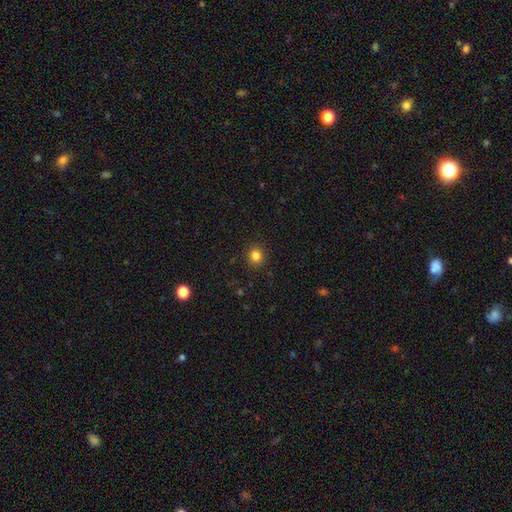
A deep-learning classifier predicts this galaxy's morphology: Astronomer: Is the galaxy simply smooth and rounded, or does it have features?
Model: smooth — 84%.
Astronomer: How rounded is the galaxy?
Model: round — 82%.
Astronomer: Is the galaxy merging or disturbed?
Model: none — 91%.